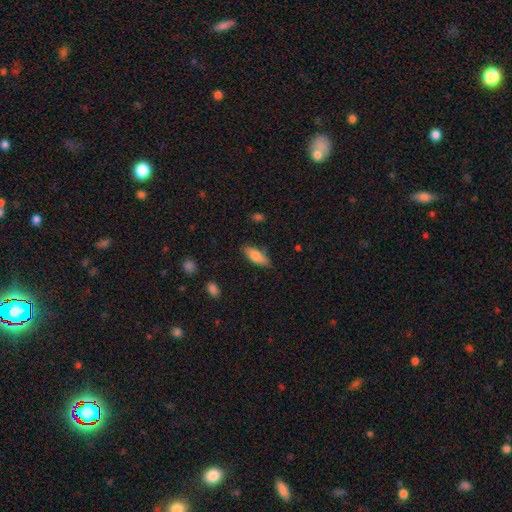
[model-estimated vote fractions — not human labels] Q: Smooth or featured?
A: smooth (79%); runner-up: featured or disk (15%)
Q: How rounded?
A: in between (73%); runner-up: cigar-shaped (25%)
Q: Merging?
A: none (78%); runner-up: minor disturbance (17%)